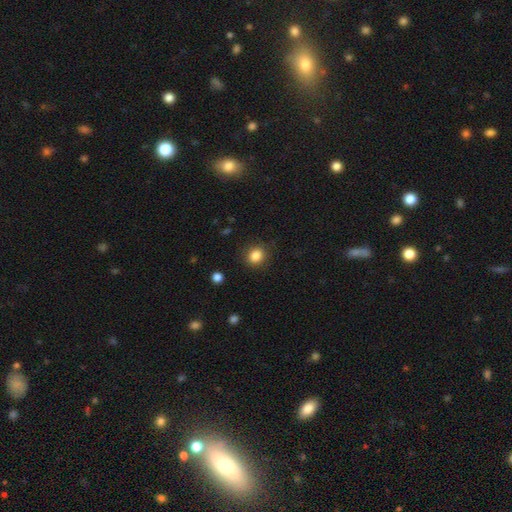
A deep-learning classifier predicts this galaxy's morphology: Smooth or featured?
  - smooth: 85% *
  - star or artifact: 11%
  - featured or disk: 4%
How rounded?
  - round: 79% *
  - in between: 20%
  - cigar-shaped: 1%
Merging?
  - none: 87% *
  - minor disturbance: 9%
  - major disturbance: 3%
  - merger: 1%